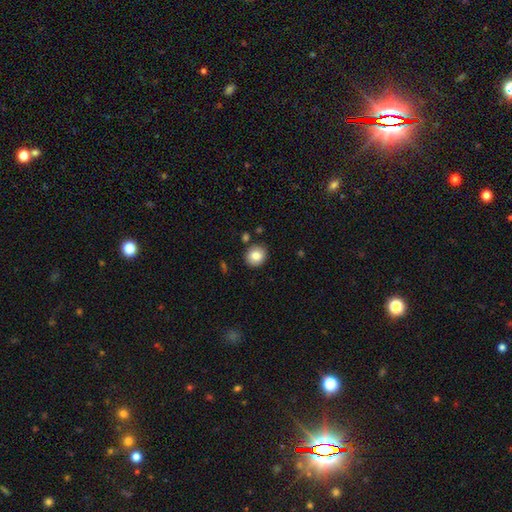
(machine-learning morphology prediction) smooth 84%, star or artifact 9%, featured or disk 7%. Down the decision tree: how rounded — round (78%); merging — none (87%).